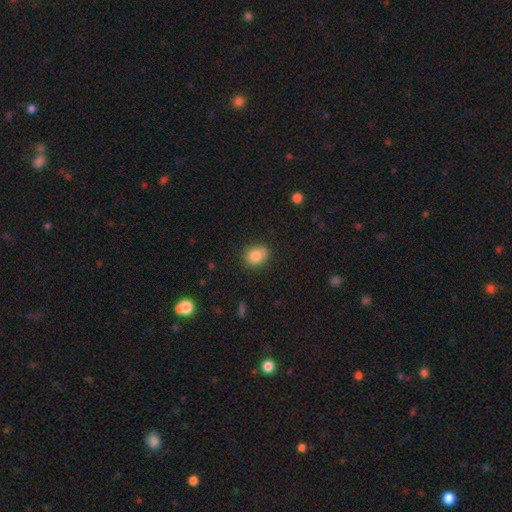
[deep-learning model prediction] A smooth galaxy with no disk features (85%) that is round (59%).

Vote fractions:
- Smooth or featured? smooth: 85% / star or artifact: 9% / featured or disk: 6%
- How rounded? round: 59% / in between: 40% / cigar-shaped: 1%
- Merging? none: 78% / minor disturbance: 17% / major disturbance: 3% / merger: 2%